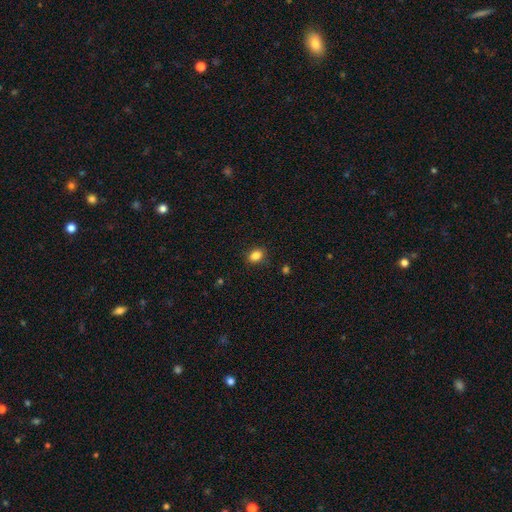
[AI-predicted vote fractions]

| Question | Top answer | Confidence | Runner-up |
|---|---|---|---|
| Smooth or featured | smooth | 85% | star or artifact (10%) |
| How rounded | in between | 66% | round (32%) |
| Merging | none | 86% | minor disturbance (10%) |